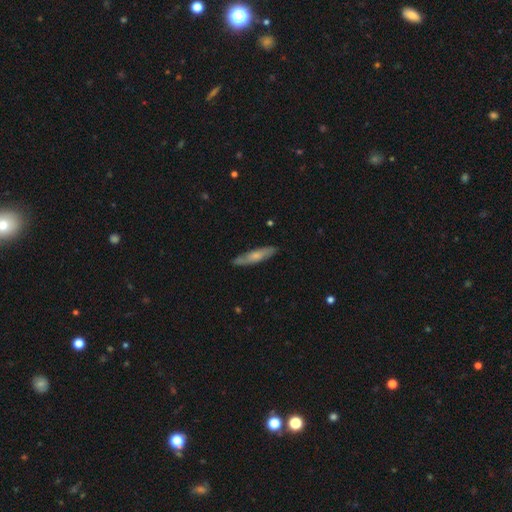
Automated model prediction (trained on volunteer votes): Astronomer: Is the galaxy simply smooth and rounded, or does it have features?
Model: smooth — 56% (runner-up: featured or disk, 38%).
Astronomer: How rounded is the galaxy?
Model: cigar-shaped — 80%.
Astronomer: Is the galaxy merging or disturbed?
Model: none — 83%.